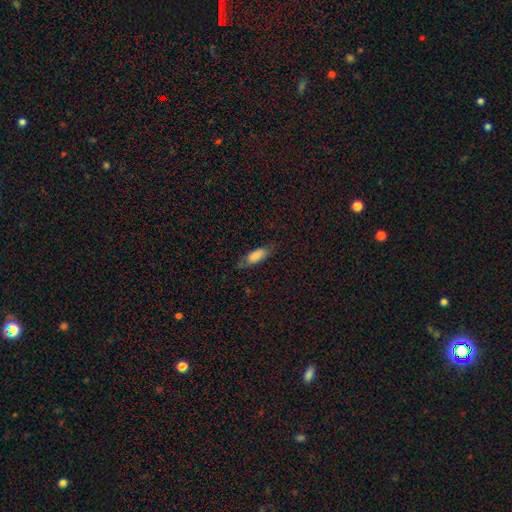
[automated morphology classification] smooth_or_featured: smooth (p=0.75) [alt: featured or disk p=0.18]
how_rounded: in between (p=0.66) [alt: cigar-shaped p=0.32]
merging: none (p=0.69) [alt: minor disturbance p=0.22]